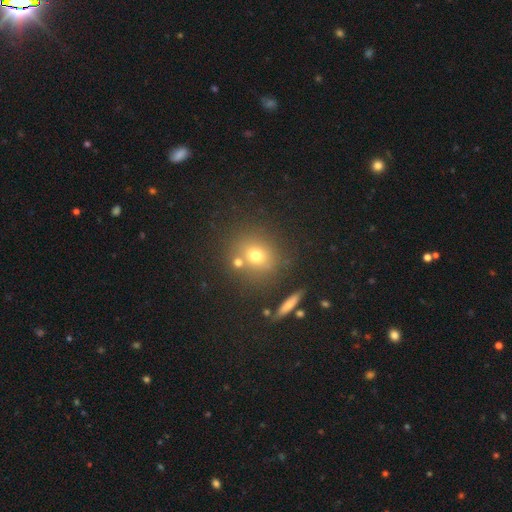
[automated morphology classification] Smooth or featured?
  - smooth: 69% *
  - star or artifact: 18%
  - featured or disk: 14%
How rounded?
  - round: 81% *
  - in between: 18%
  - cigar-shaped: 2%
Merging?
  - none: 73% *
  - merger: 14%
  - minor disturbance: 10%
  - major disturbance: 4%